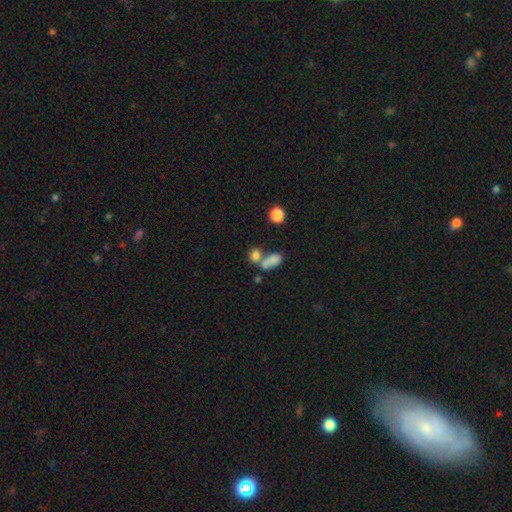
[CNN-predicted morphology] The model was most divided on "how rounded": in between: 52%, round: 44%, cigar-shaped: 4%. Remaining: smooth or featured — smooth (77%); merging — merger (50%).